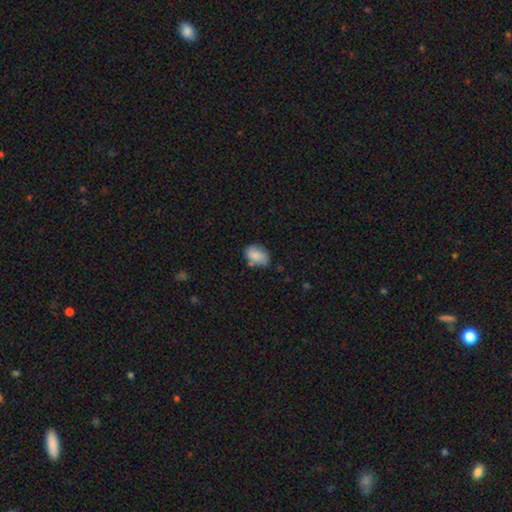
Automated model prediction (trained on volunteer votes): Overall: smooth (75%). How rounded: in between (76%). Merging: none (57%; minor disturbance 30%).